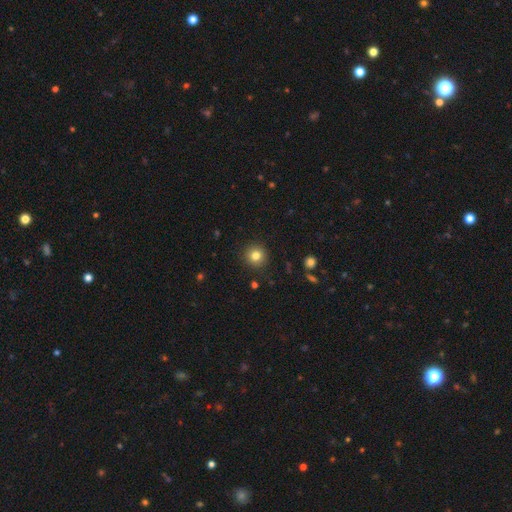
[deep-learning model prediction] Q: Smooth or featured?
A: smooth (81%); runner-up: star or artifact (12%)
Q: How rounded?
A: round (94%); runner-up: in between (5%)
Q: Merging?
A: none (91%); runner-up: minor disturbance (6%)